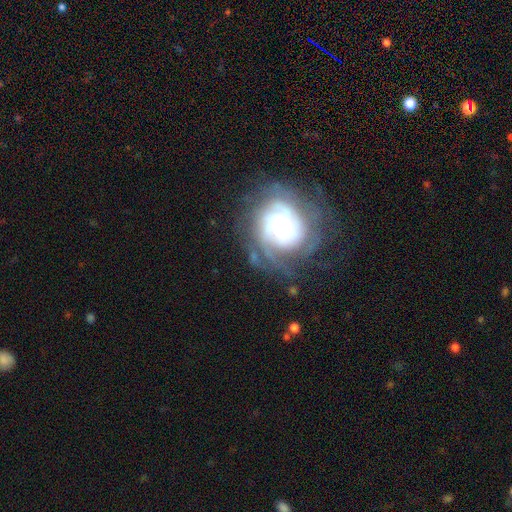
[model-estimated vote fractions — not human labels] Smooth or featured: featured or disk — 75% (smooth — 15%)
Edge-on disk: no — 97% (yes — 3%)
Bar: no — 70% (weak — 22%)
Spiral arms: yes — 90% (no — 10%)
Spiral winding: tight — 69% (medium — 24%)
Spiral arm count: can't tell — 40% (2 — 23%)
Bulge size: small — 47% (moderate — 38%)
Merging: none — 72% (minor disturbance — 16%)